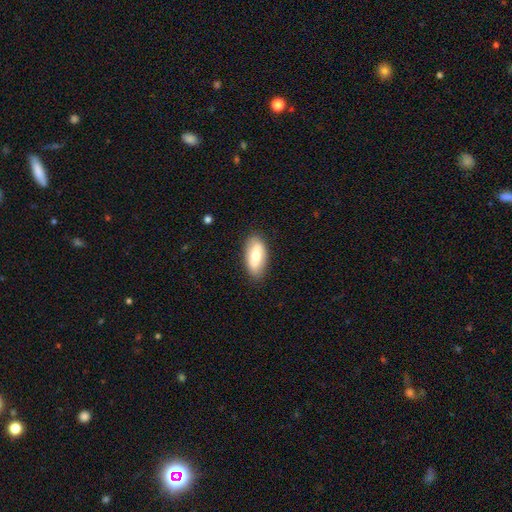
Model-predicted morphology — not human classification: smooth-or-featured: smooth: 62% | featured or disk: 32% | star or artifact: 6%
  how-rounded: in between: 86% | cigar-shaped: 11% | round: 3%
  merging: none: 84% | minor disturbance: 12% | major disturbance: 3% | merger: 1%